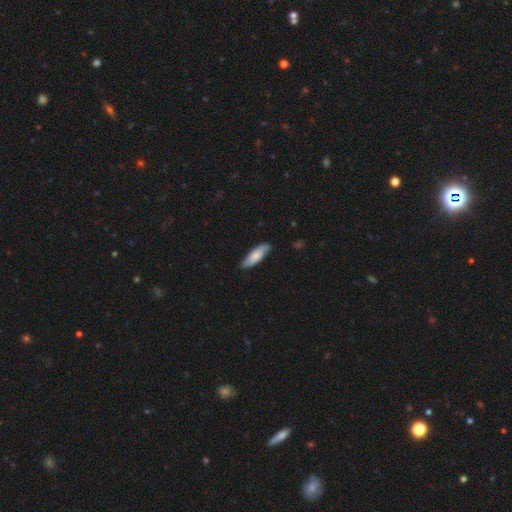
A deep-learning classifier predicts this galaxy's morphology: Smooth or featured? Predicted: smooth (p=0.73). How rounded? Predicted: in between (p=0.52). Merging? Predicted: none (p=0.82).